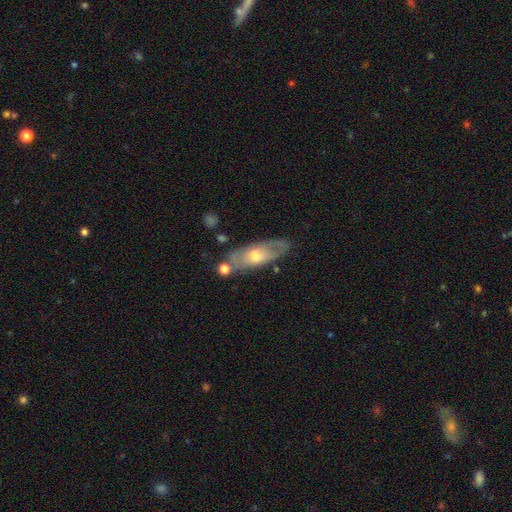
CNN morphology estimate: Smooth or featured?
  - featured or disk: 51% *
  - smooth: 42%
  - star or artifact: 7%
Edge-on disk?
  - no: 68% *
  - yes: 32%
Merging?
  - none: 68% *
  - minor disturbance: 18%
  - merger: 8%
  - major disturbance: 6%